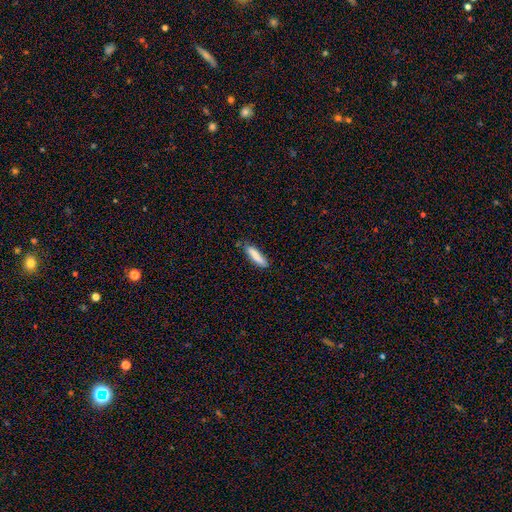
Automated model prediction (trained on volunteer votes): Smooth or featured? Predicted: smooth (p=0.83). How rounded? Predicted: cigar-shaped (p=0.80). Merging? Predicted: none (p=0.77).